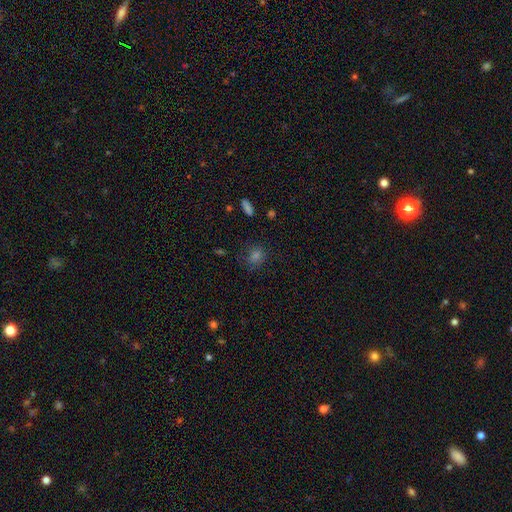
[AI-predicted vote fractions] A smooth galaxy with no disk features (63%) that is round (68%). Merging: none (78%).